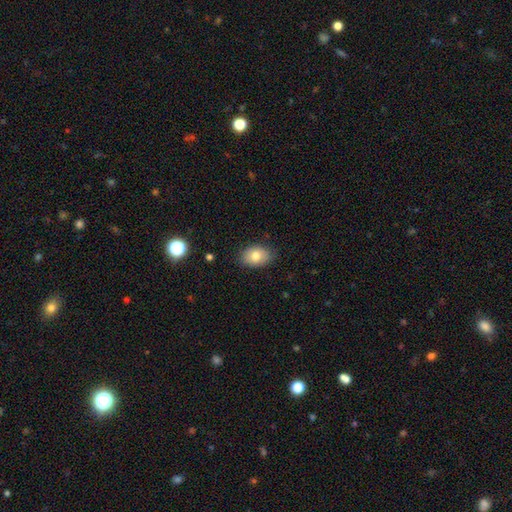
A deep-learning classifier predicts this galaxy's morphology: smooth_or_featured: smooth (p=0.79) [alt: featured or disk p=0.13]
how_rounded: in between (p=0.80) [alt: round p=0.19]
merging: none (p=0.82) [alt: minor disturbance p=0.14]